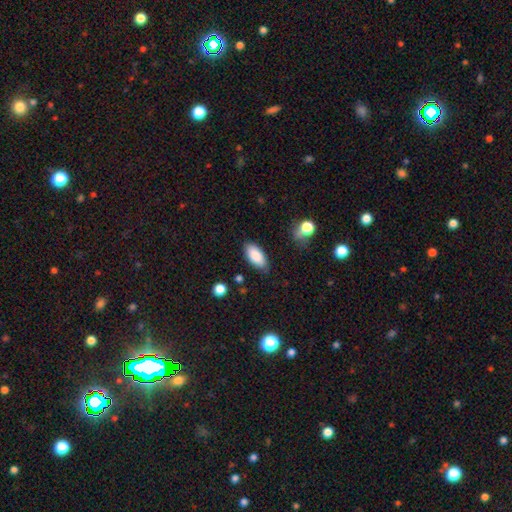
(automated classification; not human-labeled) smooth_or_featured: smooth (p=0.86) [alt: featured or disk p=0.07]
how_rounded: in between (p=0.91) [alt: cigar-shaped p=0.06]
merging: none (p=0.82) [alt: minor disturbance p=0.13]